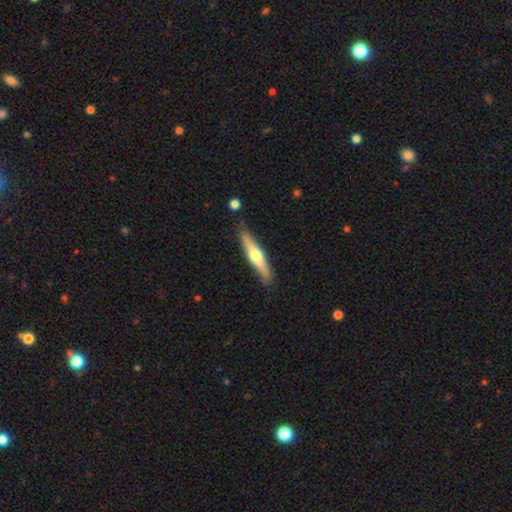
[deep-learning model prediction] A featured or disk galaxy (53%) viewed edge-on (93%).

Vote fractions:
- Smooth or featured? featured or disk: 53% / smooth: 42% / star or artifact: 5%
- Edge-on disk? yes: 93% / no: 7%
- Merging? none: 84% / minor disturbance: 11% / merger: 2% / major disturbance: 2%